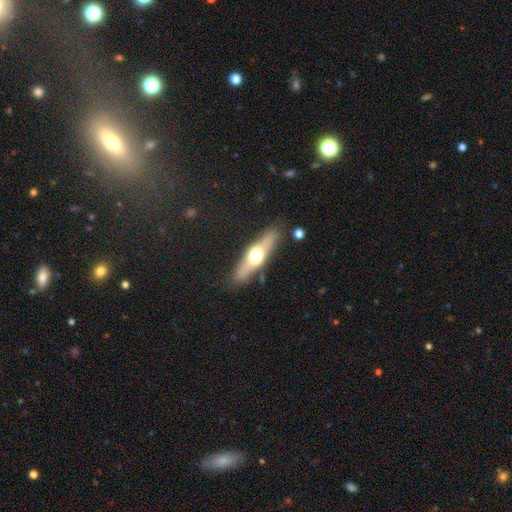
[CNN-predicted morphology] featured or disk 58%, smooth 37%, star or artifact 5%. Down the decision tree: edge-on disk — yes (90%); edge-on bulge — rounded (94%); merging — none (84%).